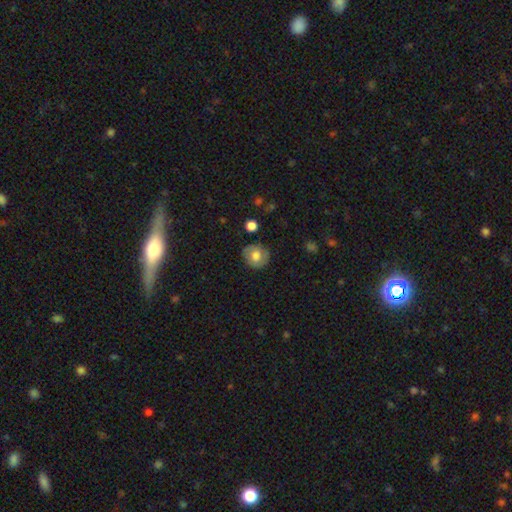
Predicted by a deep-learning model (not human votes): A smooth galaxy with no disk features (67%) that is round (84%).

Vote fractions:
- Smooth or featured? smooth: 67% / featured or disk: 25% / star or artifact: 8%
- How rounded? round: 84% / in between: 15% / cigar-shaped: 1%
- Merging? none: 82% / minor disturbance: 13% / major disturbance: 3% / merger: 2%